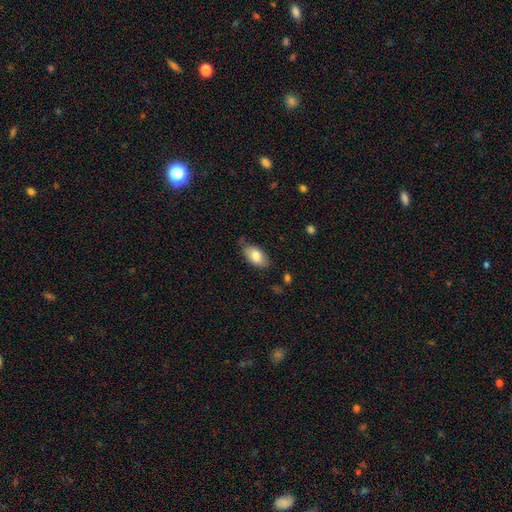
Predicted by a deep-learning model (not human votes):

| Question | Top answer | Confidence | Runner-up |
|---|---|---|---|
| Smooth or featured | smooth | 81% | featured or disk (13%) |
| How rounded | in between | 94% | round (4%) |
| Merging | none | 72% | minor disturbance (22%) |